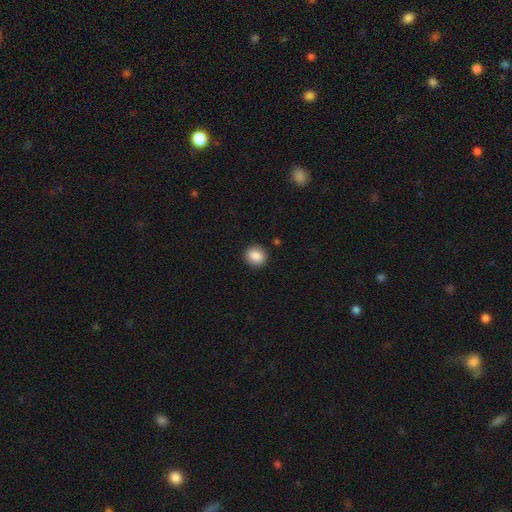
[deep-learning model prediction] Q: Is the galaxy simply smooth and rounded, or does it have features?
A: smooth — 87%.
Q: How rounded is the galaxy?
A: round — 81%.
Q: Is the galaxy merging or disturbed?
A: none — 91%.